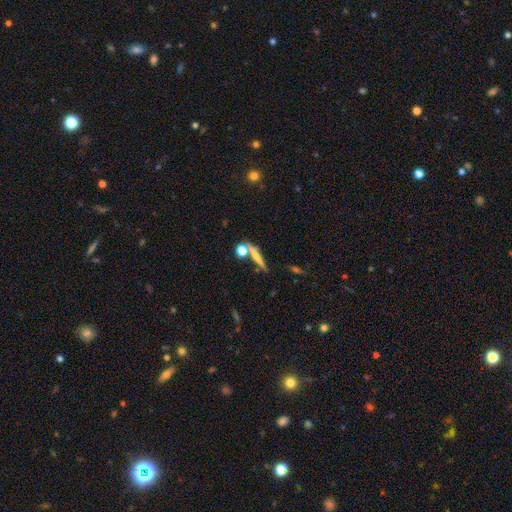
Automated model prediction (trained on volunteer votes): smooth-or-featured: smooth: 57% | featured or disk: 30% | star or artifact: 14%
  how-rounded: cigar-shaped: 65% | round: 20% | in between: 14%
  merging: none: 66% | merger: 18% | minor disturbance: 11% | major disturbance: 5%